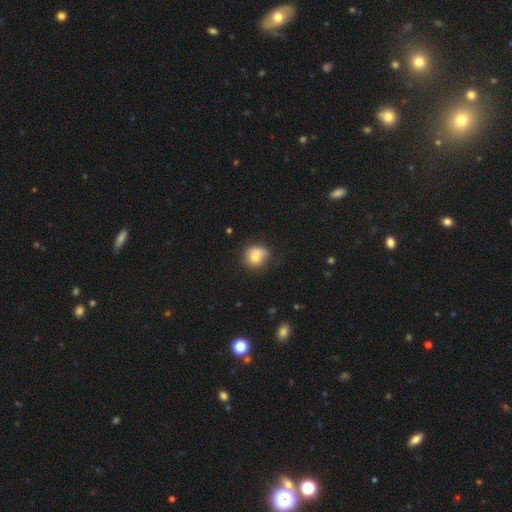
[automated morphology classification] smooth_or_featured: smooth (p=0.75) [alt: featured or disk p=0.15]
how_rounded: round (p=0.76) [alt: in between p=0.23]
merging: none (p=0.49) [alt: minor disturbance p=0.29]